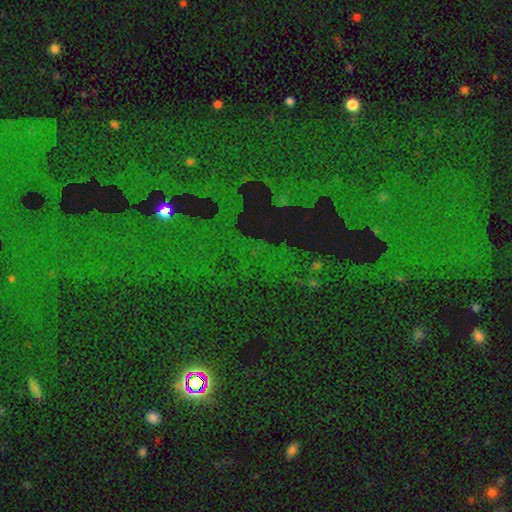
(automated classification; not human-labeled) Morphology: type=star or artifact (79%).